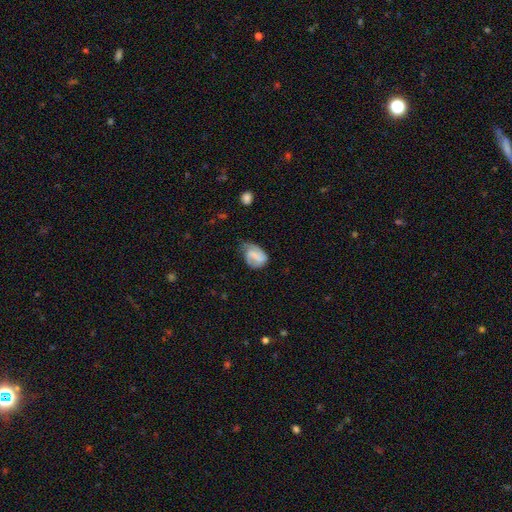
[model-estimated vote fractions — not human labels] Smooth or featured?
  - featured or disk: 46% * (tied)
  - smooth: 46% * (tied)
  - star or artifact: 8%
Merging?
  - none: 42% *
  - minor disturbance: 37%
  - major disturbance: 18%
  - merger: 2%